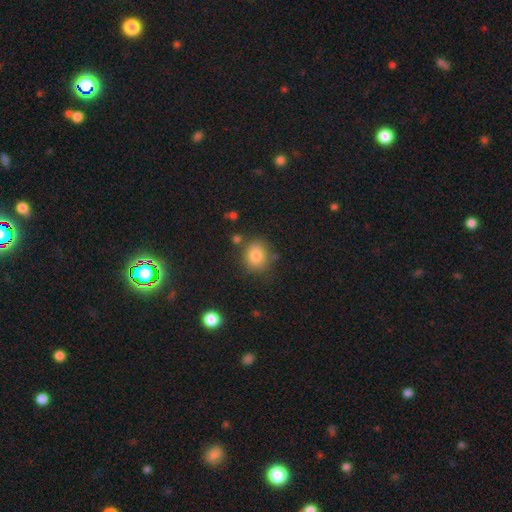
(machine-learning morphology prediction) A smooth galaxy with no disk features (83%) that is round (78%). Merging: none (78%).